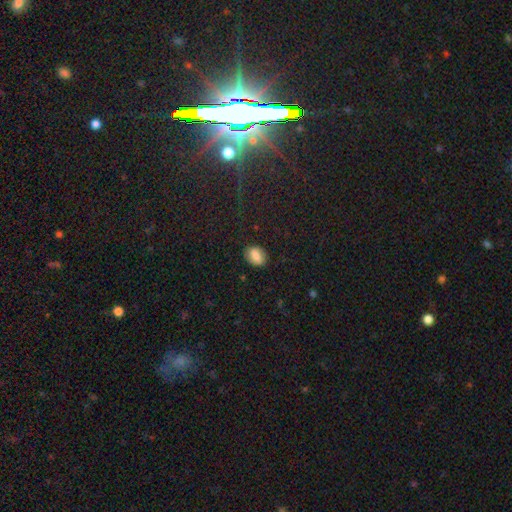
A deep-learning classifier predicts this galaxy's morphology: Smooth or featured?
  - smooth: 73% *
  - featured or disk: 17%
  - star or artifact: 10%
How rounded?
  - in between: 72% *
  - round: 26%
  - cigar-shaped: 2%
Merging?
  - none: 84% *
  - minor disturbance: 12%
  - major disturbance: 3%
  - merger: 1%